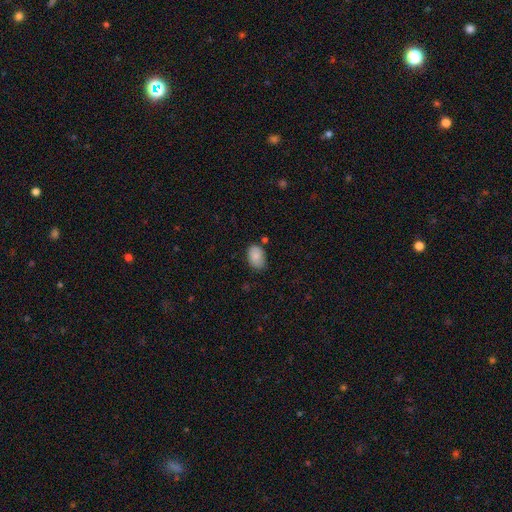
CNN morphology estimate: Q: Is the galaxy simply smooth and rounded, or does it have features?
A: smooth — 86%.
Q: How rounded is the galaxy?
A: in between — 87%.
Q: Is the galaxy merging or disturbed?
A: none — 71%.